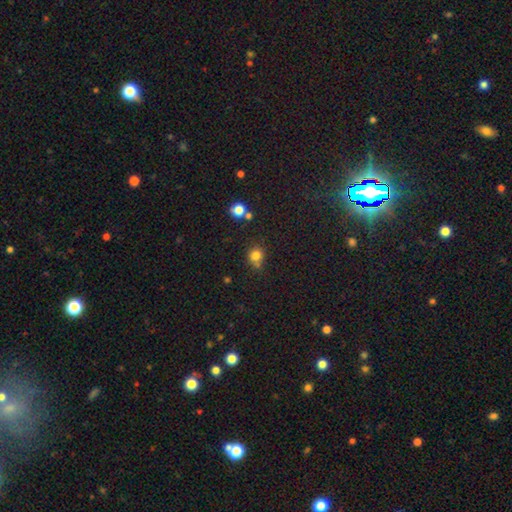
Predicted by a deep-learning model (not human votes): Morphology: type=smooth (80%); roundness=round (86%); merging=none (62%).